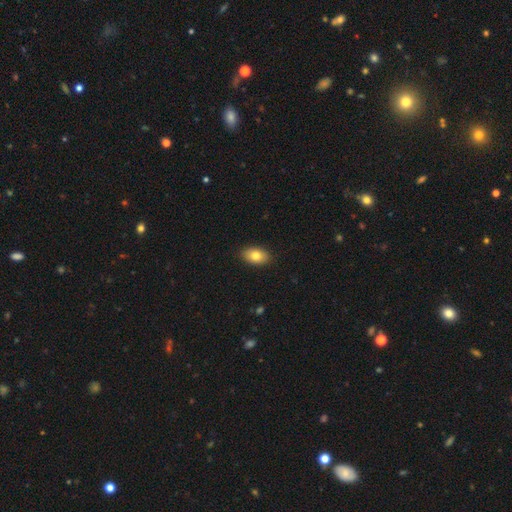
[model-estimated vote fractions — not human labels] Smooth or featured? Predicted: smooth (p=0.81). How rounded? Predicted: in between (p=0.89). Merging? Predicted: none (p=0.89).